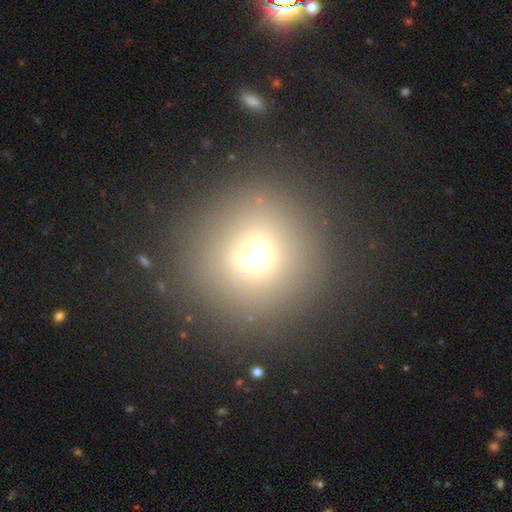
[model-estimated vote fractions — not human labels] smooth-or-featured: smooth: 62% | star or artifact: 23% | featured or disk: 15%
  how-rounded: round: 92% | in between: 7% | cigar-shaped: 1%
  merging: none: 77% | merger: 9% | minor disturbance: 9% | major disturbance: 5%